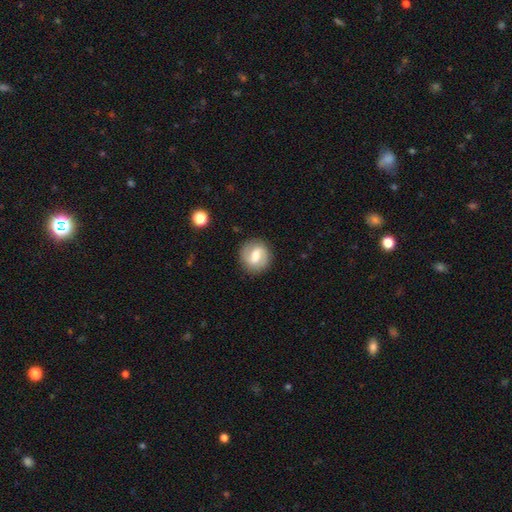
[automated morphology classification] A featured or disk galaxy (63%) with a weak bar (52%), 2 (88%) medium (45%) spiral arms (86%) and a moderate central bulge (66%).

Vote fractions:
- Smooth or featured? featured or disk: 63% / smooth: 31% / star or artifact: 7%
- Edge-on disk? no: 97% / yes: 3%
- Bar? weak: 52% / strong: 28% / no: 20%
- Spiral arms? yes: 86% / no: 14%
- Spiral winding? medium: 45% / tight: 30% / loose: 25%
- Spiral arm count? 2: 88% / can't tell: 6% / 1: 3% / 3: 1% / 4: 1% / more than 4: 1%
- Bulge size? moderate: 66% / small: 21% / large: 10% / none: 2% / dominant: 1%
- Merging? none: 87% / minor disturbance: 9% / major disturbance: 3% / merger: 1%